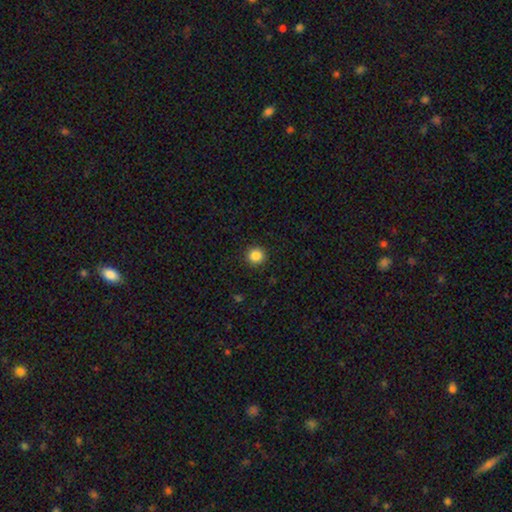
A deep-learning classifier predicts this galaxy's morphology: Smooth or featured? Predicted: smooth (p=0.86). How rounded? Predicted: round (p=0.94). Merging? Predicted: none (p=0.92).